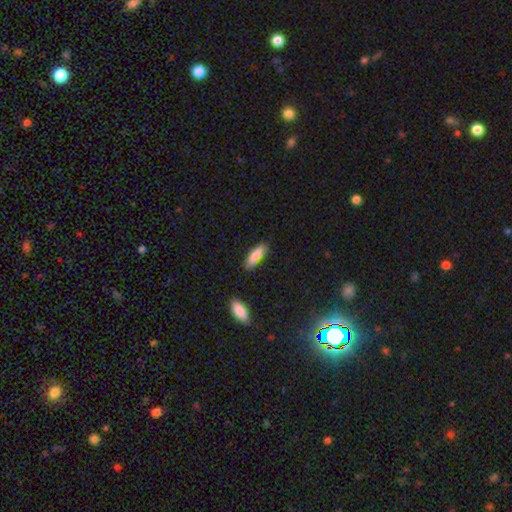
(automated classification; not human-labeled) A smooth galaxy with no disk features (86%) that is in between round and cigar-shaped (53%).

Vote fractions:
- Smooth or featured? smooth: 86% / featured or disk: 8% / star or artifact: 7%
- How rounded? in between: 53% / cigar-shaped: 45% / round: 2%
- Merging? none: 79% / minor disturbance: 15% / merger: 3% / major disturbance: 3%